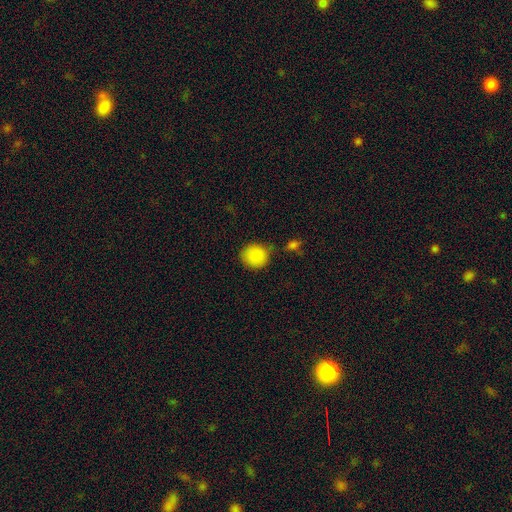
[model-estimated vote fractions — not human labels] Q: Smooth or featured?
A: smooth (87%); runner-up: star or artifact (8%)
Q: How rounded?
A: round (86%); runner-up: in between (13%)
Q: Merging?
A: none (76%); runner-up: minor disturbance (14%)